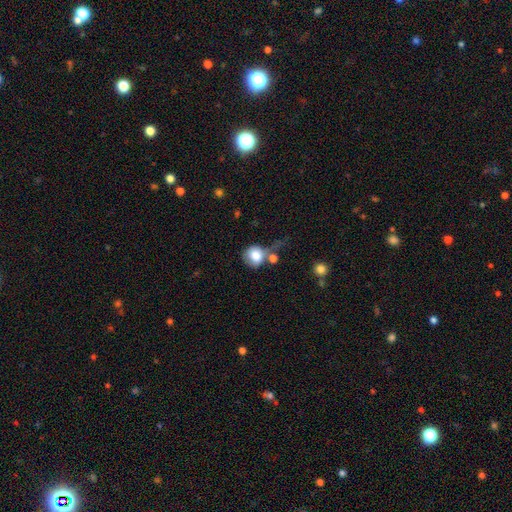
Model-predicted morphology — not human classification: Smooth or featured? smooth (78%)
How rounded? round (78%)
Merging? none (30%)